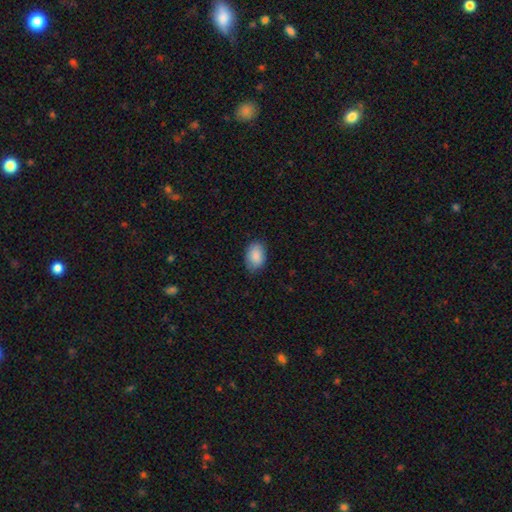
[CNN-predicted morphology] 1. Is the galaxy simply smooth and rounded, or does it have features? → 88% smooth, 6% star or artifact, 6% featured or disk.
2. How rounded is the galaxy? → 86% in between, 13% round, 1% cigar-shaped.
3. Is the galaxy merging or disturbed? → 78% none, 18% minor disturbance, 3% major disturbance, 1% merger.